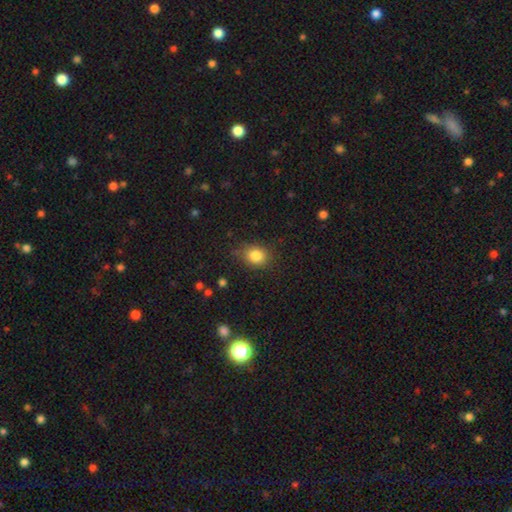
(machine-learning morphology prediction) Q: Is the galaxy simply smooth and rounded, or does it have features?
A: smooth — 84%.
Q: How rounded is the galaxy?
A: round — 58%.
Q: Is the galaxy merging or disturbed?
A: none — 76%.